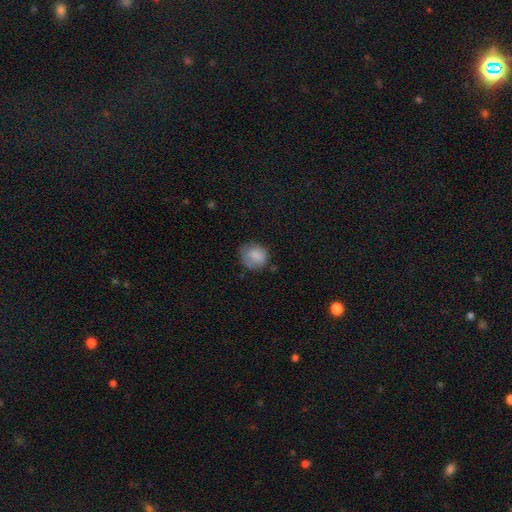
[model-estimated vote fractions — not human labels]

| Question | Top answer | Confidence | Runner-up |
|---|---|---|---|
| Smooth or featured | smooth | 81% | featured or disk (11%) |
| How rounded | round | 73% | in between (26%) |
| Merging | none | 62% | minor disturbance (26%) |